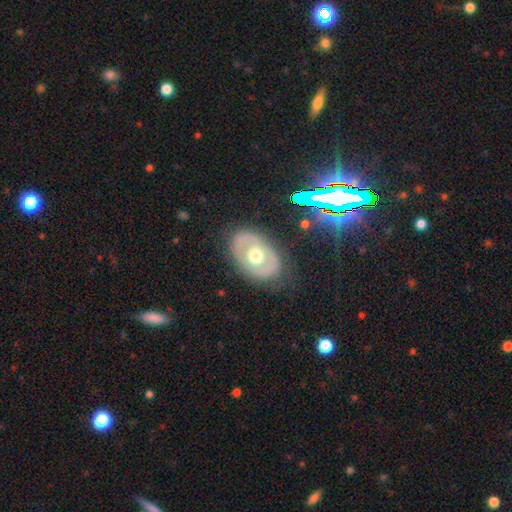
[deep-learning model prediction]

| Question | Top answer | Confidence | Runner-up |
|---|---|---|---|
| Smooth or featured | featured or disk | 54% | smooth (38%) |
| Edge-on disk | no | 91% | yes (9%) |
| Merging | none | 79% | minor disturbance (14%) |